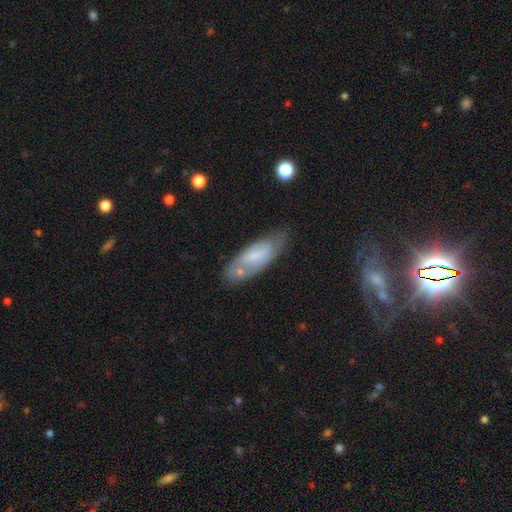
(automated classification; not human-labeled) A smooth galaxy with no disk features (53%) that is in between round and cigar-shaped (64%).

Vote fractions:
- Smooth or featured? smooth: 53% / featured or disk: 40% / star or artifact: 7%
- How rounded? in between: 64% / cigar-shaped: 34% / round: 2%
- Merging? none: 61% / minor disturbance: 24% / merger: 8% / major disturbance: 7%